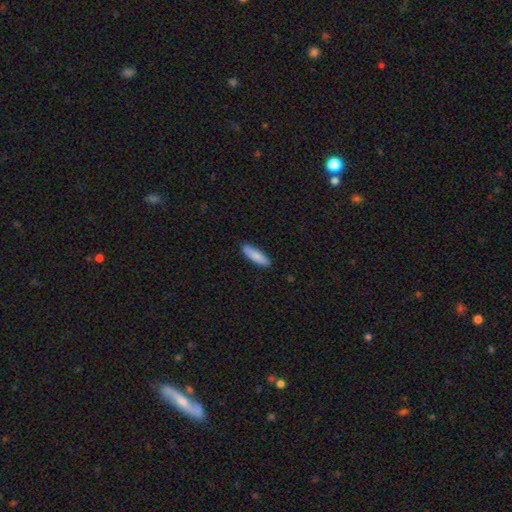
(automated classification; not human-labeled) Smooth or featured? Predicted: smooth (p=0.85). How rounded? Predicted: cigar-shaped (p=0.65). Merging? Predicted: none (p=0.87).